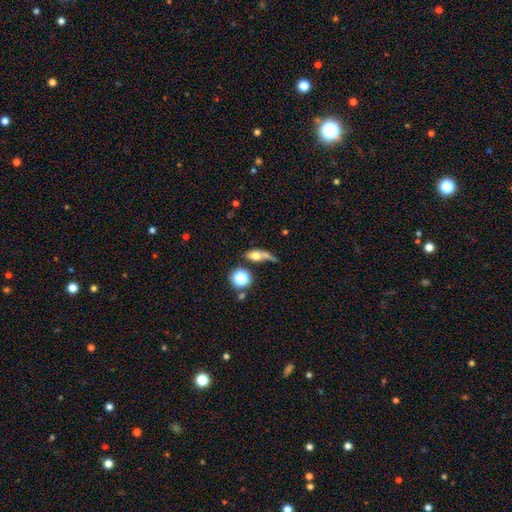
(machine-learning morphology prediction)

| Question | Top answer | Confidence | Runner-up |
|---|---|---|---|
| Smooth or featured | smooth | 62% | featured or disk (25%) |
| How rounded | in between | 58% | round (24%) |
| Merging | none | 32% | merger (31%) |